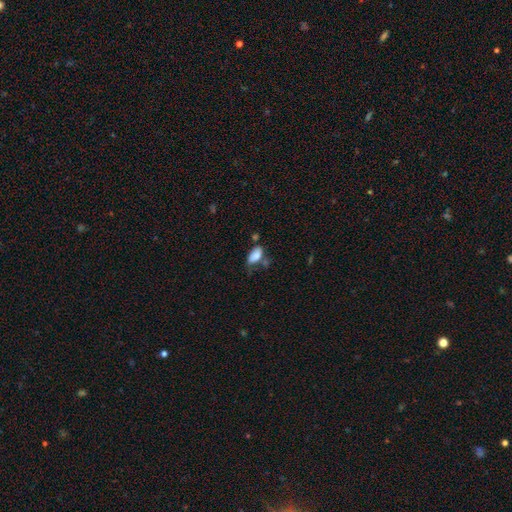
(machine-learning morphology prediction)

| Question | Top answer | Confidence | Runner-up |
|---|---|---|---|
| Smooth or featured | smooth | 82% | featured or disk (10%) |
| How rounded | in between | 91% | cigar-shaped (5%) |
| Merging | none | 42% | minor disturbance (29%) |